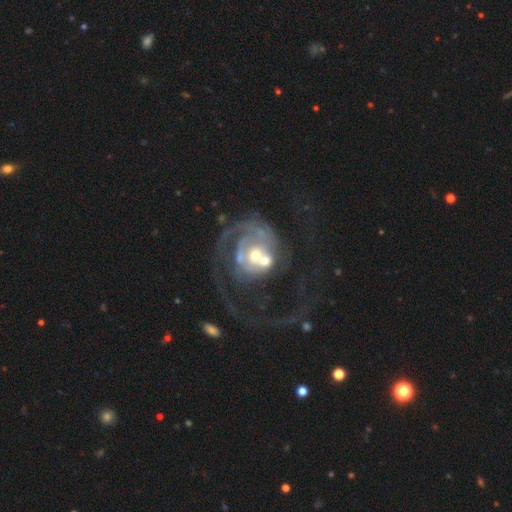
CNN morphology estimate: Smooth or featured?
  - featured or disk: 76% *
  - smooth: 16%
  - star or artifact: 9%
Edge-on disk?
  - no: 98% *
  - yes: 2%
Bar?
  - no: 76% *
  - weak: 18%
  - strong: 6%
Spiral arms?
  - yes: 71% *
  - no: 29%
Spiral winding?
  - medium: 34% *
  - loose: 33%
  - tight: 33%
Spiral arm count?
  - 1: 32% *
  - can't tell: 27%
  - 2: 27%
  - 3: 8%
  - 4: 3%
  - more than 4: 3%
Bulge size?
  - moderate: 60% *
  - small: 21%
  - large: 12%
  - none: 4%
  - dominant: 3%
Merging?
  - merger: 40% *
  - major disturbance: 30%
  - none: 21%
  - minor disturbance: 10%